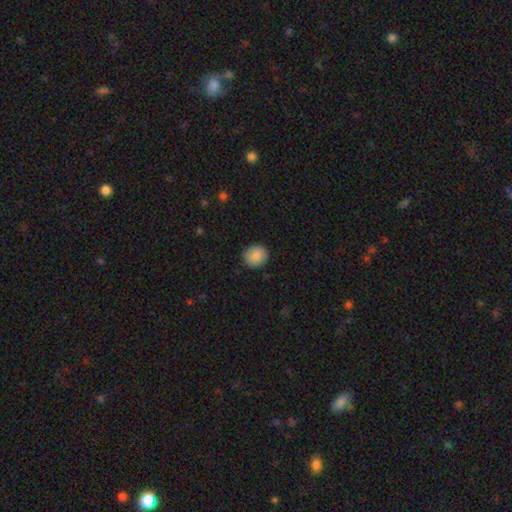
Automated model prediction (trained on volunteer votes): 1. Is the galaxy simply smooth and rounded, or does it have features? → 86% smooth, 8% star or artifact, 6% featured or disk.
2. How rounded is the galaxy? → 85% round, 14% in between, 1% cigar-shaped.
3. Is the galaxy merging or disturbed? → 88% none, 9% minor disturbance, 2% major disturbance, 1% merger.